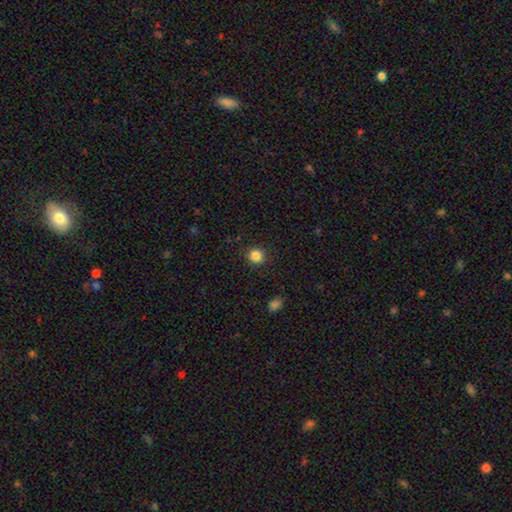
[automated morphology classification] A smooth galaxy with no disk features (85%) that is round (91%).

Vote fractions:
- Smooth or featured? smooth: 85% / star or artifact: 12% / featured or disk: 4%
- How rounded? round: 91% / in between: 8% / cigar-shaped: 1%
- Merging? none: 91% / minor disturbance: 6% / major disturbance: 2% / merger: 1%